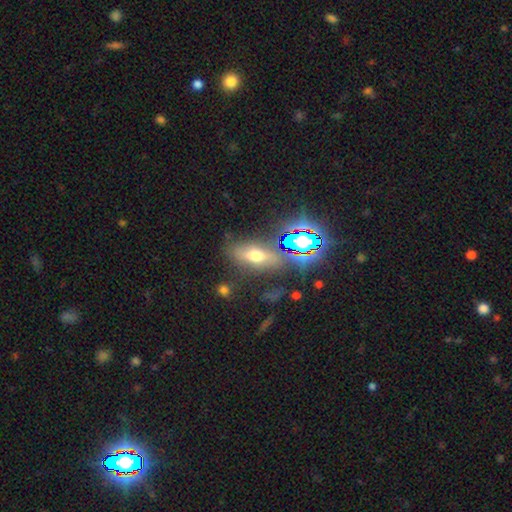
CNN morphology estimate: A smooth galaxy with no disk features (48%).

Vote fractions:
- Smooth or featured? smooth: 48% / featured or disk: 28% / star or artifact: 23%
- Merging? none: 74% / minor disturbance: 14% / major disturbance: 7% / merger: 5%